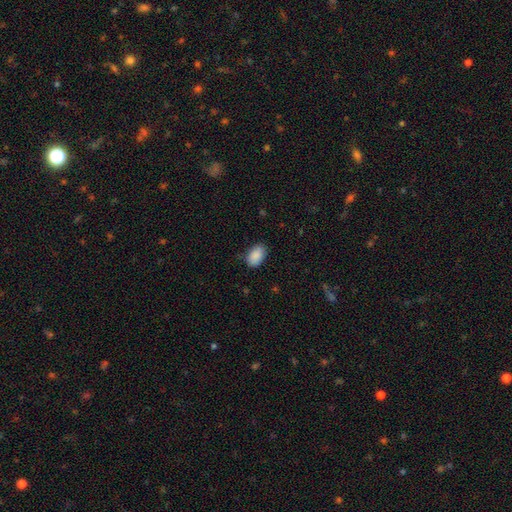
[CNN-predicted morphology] smooth-or-featured: smooth: 89% | star or artifact: 7% | featured or disk: 4%
  how-rounded: in between: 90% | round: 9% | cigar-shaped: 1%
  merging: none: 80% | minor disturbance: 16% | major disturbance: 3% | merger: 1%